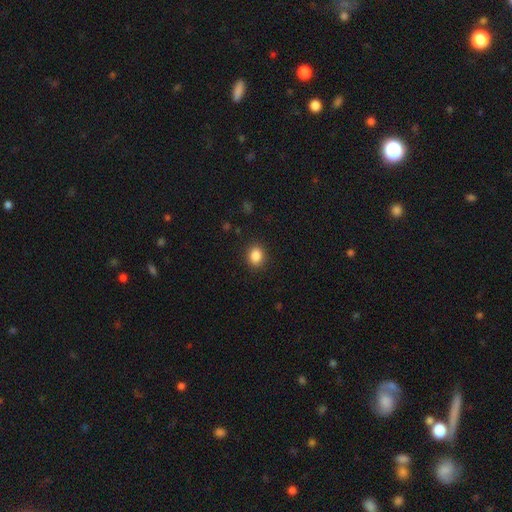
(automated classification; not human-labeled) This is clearly a smooth galaxy (86%). How rounded: likely round (60%). Merging: clearly none (89%).